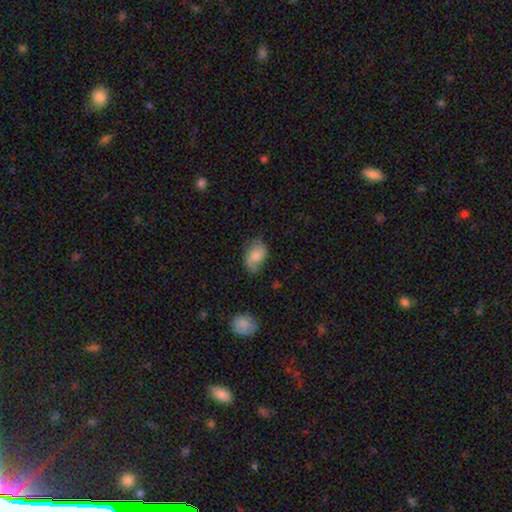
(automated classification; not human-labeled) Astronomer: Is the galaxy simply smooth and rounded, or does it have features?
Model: smooth — 71%.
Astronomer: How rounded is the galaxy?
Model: in between — 87%.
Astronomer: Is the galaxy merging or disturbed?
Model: none — 60%.